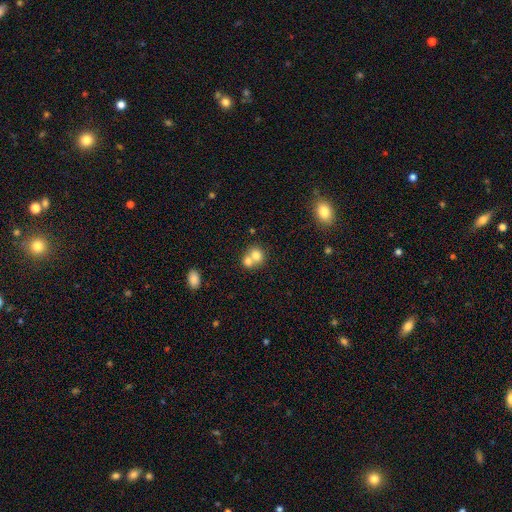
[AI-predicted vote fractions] Morphology: type=smooth (74%); roundness=round (73%); merging=merger (62%).